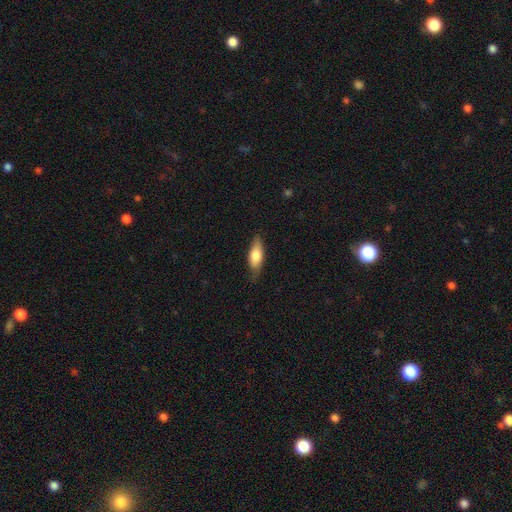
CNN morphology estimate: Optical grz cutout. It shows a smooth galaxy with no disk features (74%) that is in between round and cigar-shaped (73%). Merging: none (75%).